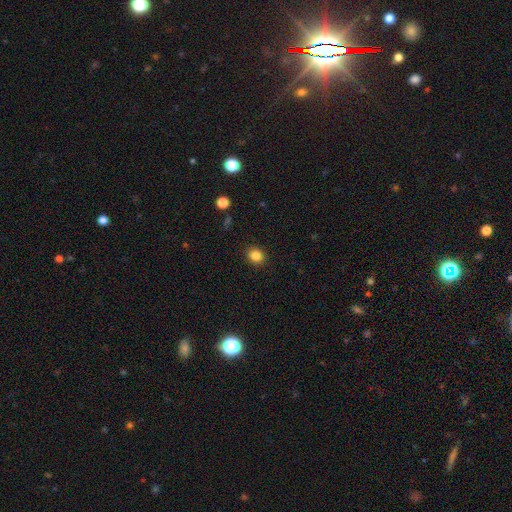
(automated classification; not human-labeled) Morphology: type=smooth (84%); roundness=round (74%); merging=none (90%).